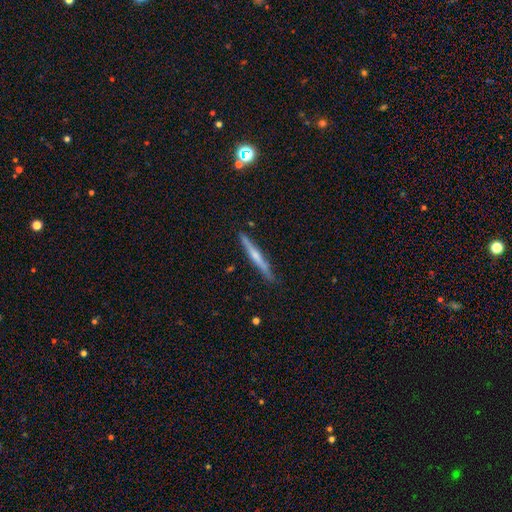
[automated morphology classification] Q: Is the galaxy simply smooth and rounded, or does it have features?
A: featured or disk — 61%.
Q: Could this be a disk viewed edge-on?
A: yes — 97%.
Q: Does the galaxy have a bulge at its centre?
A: rounded — 57%.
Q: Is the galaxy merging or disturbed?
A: none — 88%.